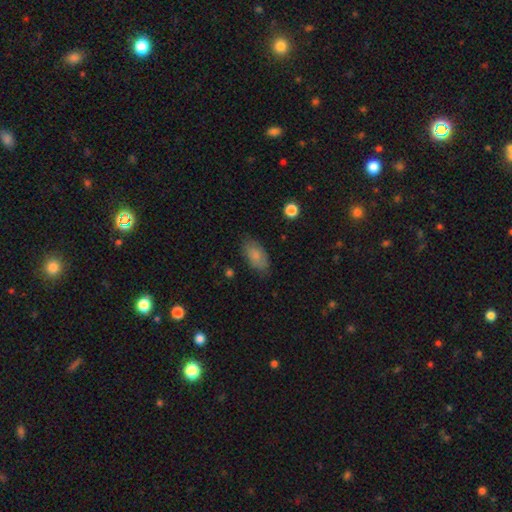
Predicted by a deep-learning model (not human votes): A smooth galaxy with no disk features (80%) that is in between round and cigar-shaped (93%). Merging: none (77%).